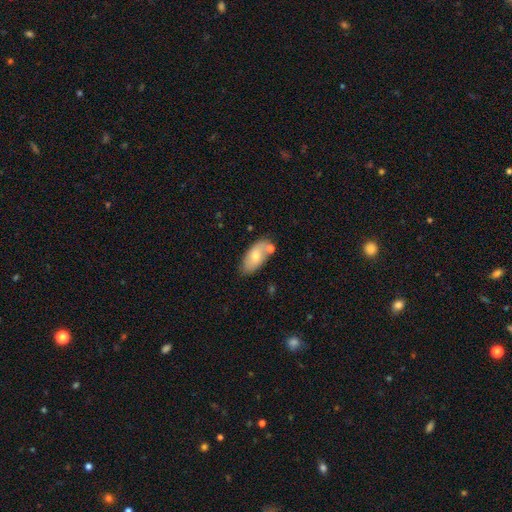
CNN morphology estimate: Smooth or featured? Predicted: smooth (p=0.65). How rounded? Predicted: in between (p=0.91). Merging? Predicted: none (p=0.67).